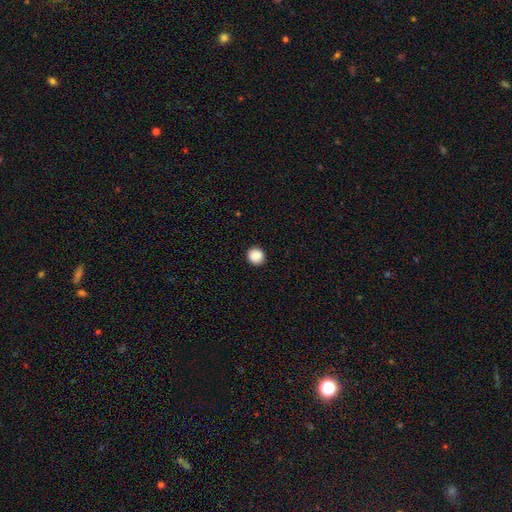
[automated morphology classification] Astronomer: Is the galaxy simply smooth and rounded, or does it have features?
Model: smooth — 88%.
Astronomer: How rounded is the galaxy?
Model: round — 90%.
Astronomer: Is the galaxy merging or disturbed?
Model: none — 92%.